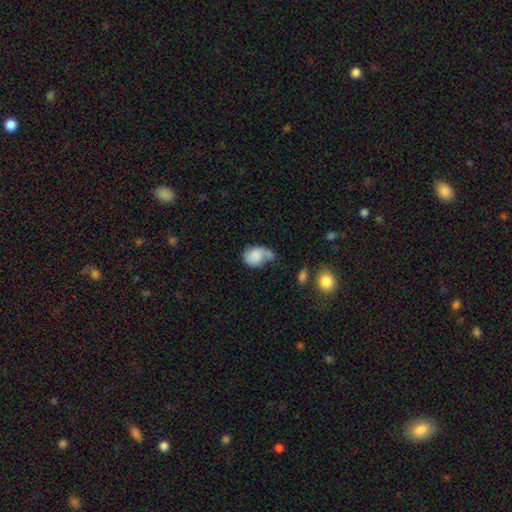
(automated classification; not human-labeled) Smooth or featured?
  - smooth: 63% *
  - featured or disk: 28%
  - star or artifact: 8%
How rounded?
  - in between: 61% *
  - round: 38%
  - cigar-shaped: 1%
Merging?
  - minor disturbance: 29% *
  - none: 28%
  - major disturbance: 25%
  - merger: 18%